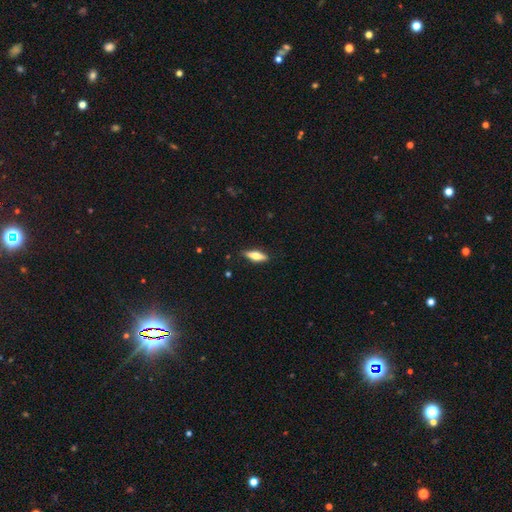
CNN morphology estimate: smooth-or-featured: smooth: 58% | featured or disk: 35% | star or artifact: 7%
  how-rounded: cigar-shaped: 52% | in between: 46% | round: 3%
  merging: none: 86% | minor disturbance: 11% | major disturbance: 2% | merger: 1%